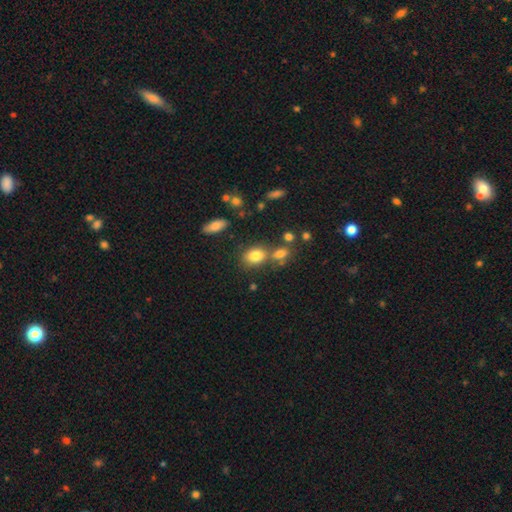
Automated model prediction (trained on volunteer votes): A smooth galaxy with no disk features (81%) that is in between round and cigar-shaped (66%). Merging: none (58%).